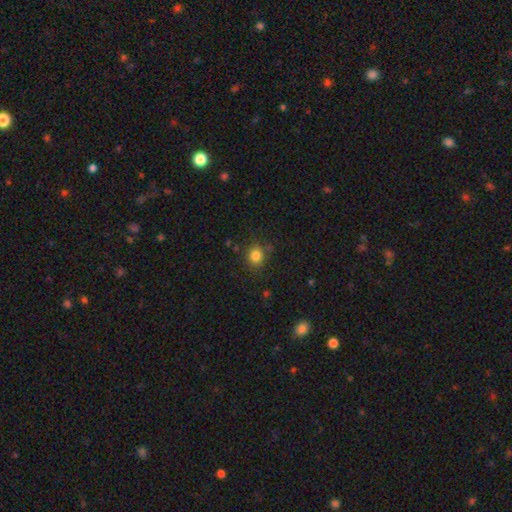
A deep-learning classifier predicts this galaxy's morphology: A smooth galaxy with no disk features (82%) that is round (77%). Merging: none (82%).